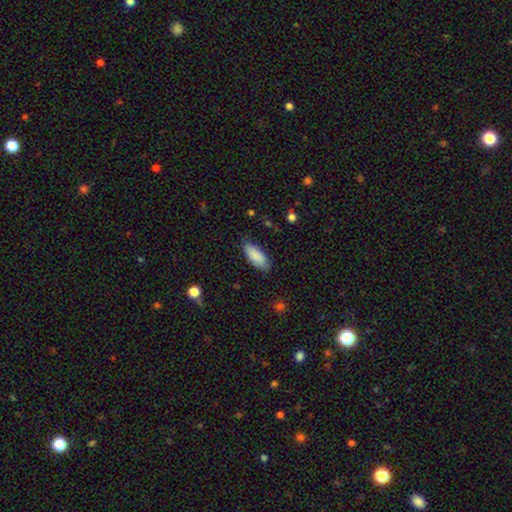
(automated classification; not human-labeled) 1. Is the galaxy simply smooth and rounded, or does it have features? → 88% smooth, 6% star or artifact, 6% featured or disk.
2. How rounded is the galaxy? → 83% in between, 16% cigar-shaped, 2% round.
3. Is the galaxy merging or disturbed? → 82% none, 14% minor disturbance, 3% major disturbance, 1% merger.